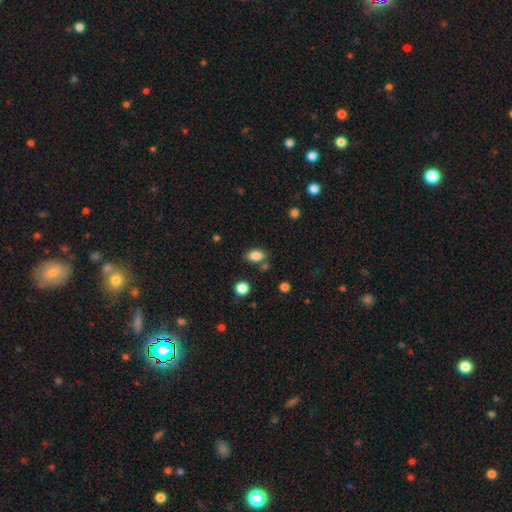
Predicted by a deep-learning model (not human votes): Morphology: type=smooth (85%); roundness=in between (86%); merging=none (74%).